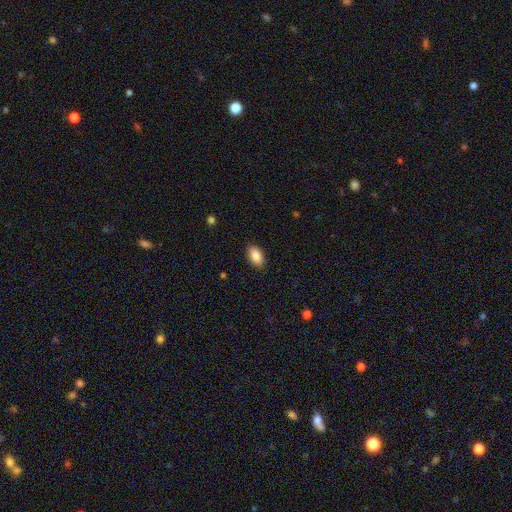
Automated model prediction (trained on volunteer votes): Smooth or featured?
  - smooth: 87% *
  - star or artifact: 7%
  - featured or disk: 6%
How rounded?
  - in between: 93% *
  - round: 5%
  - cigar-shaped: 2%
Merging?
  - none: 89% *
  - minor disturbance: 8%
  - major disturbance: 2%
  - merger: 1%